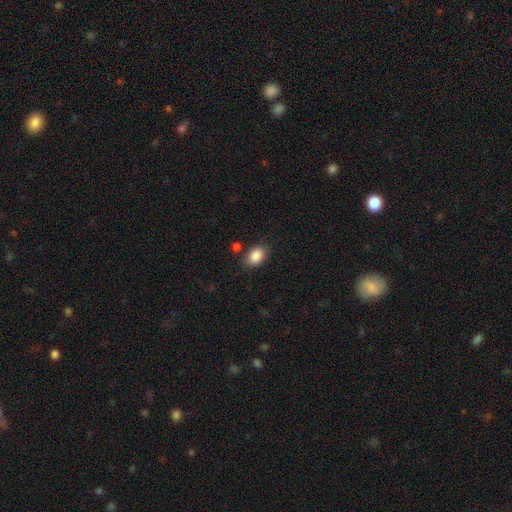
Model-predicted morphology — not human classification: Smooth or featured? smooth (88%)
How rounded? in between (83%)
Merging? none (77%)